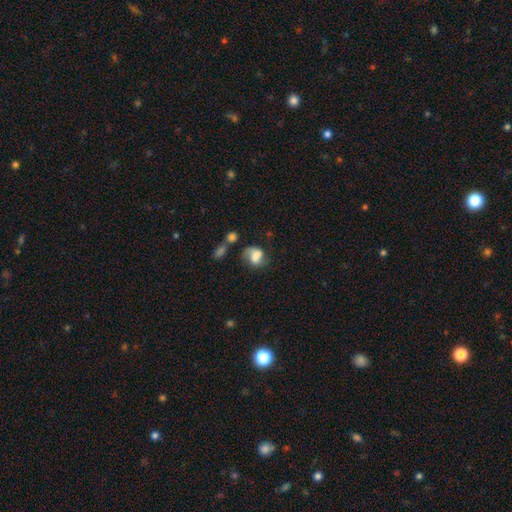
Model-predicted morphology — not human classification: A smooth galaxy with no disk features (61%) that is in between round and cigar-shaped (60%).

Vote fractions:
- Smooth or featured? smooth: 61% / featured or disk: 28% / star or artifact: 11%
- How rounded? in between: 60% / round: 38% / cigar-shaped: 2%
- Merging? none: 35% / minor disturbance: 23% / merger: 22% / major disturbance: 20%